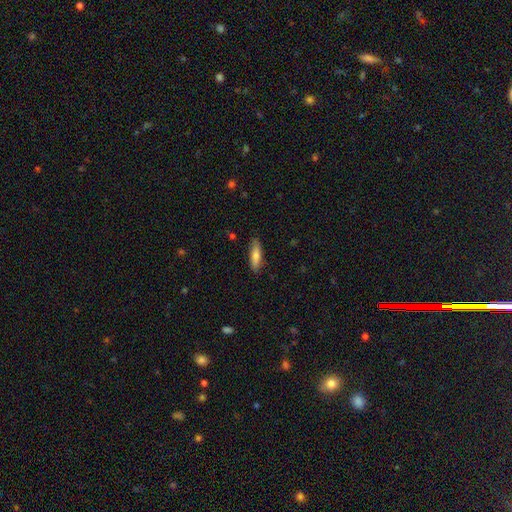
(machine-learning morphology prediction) Smooth or featured: smooth — 77% (featured or disk — 17%)
How rounded: cigar-shaped — 57% (in between — 41%)
Merging: none — 85% (minor disturbance — 12%)